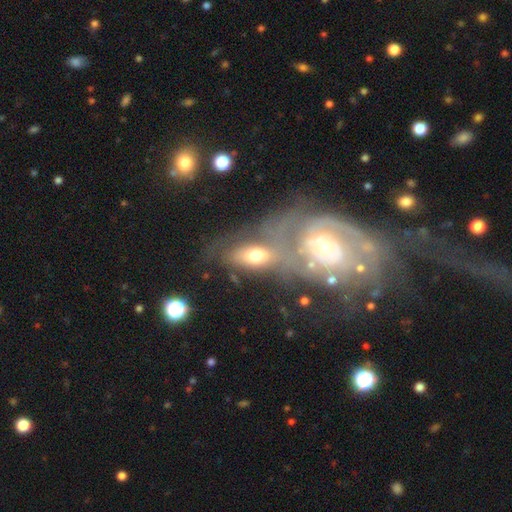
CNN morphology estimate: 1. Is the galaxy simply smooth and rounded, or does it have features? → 49% smooth, 40% featured or disk, 11% star or artifact.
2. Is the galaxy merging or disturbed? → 42% merger, 30% none, 15% major disturbance, 14% minor disturbance.